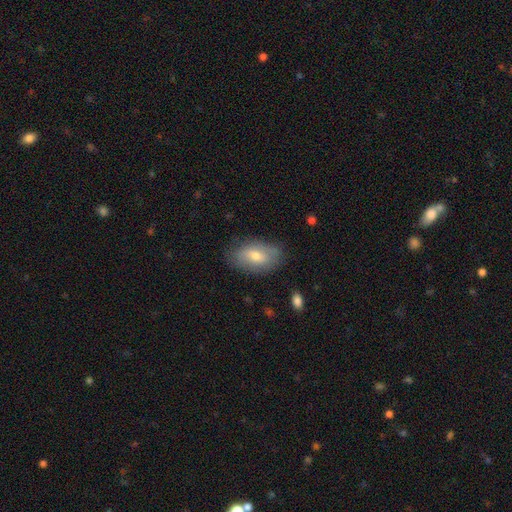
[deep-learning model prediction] smooth-or-featured: smooth: 64% | featured or disk: 29% | star or artifact: 7%
  how-rounded: in between: 91% | round: 6% | cigar-shaped: 3%
  merging: none: 78% | minor disturbance: 16% | major disturbance: 4% | merger: 1%